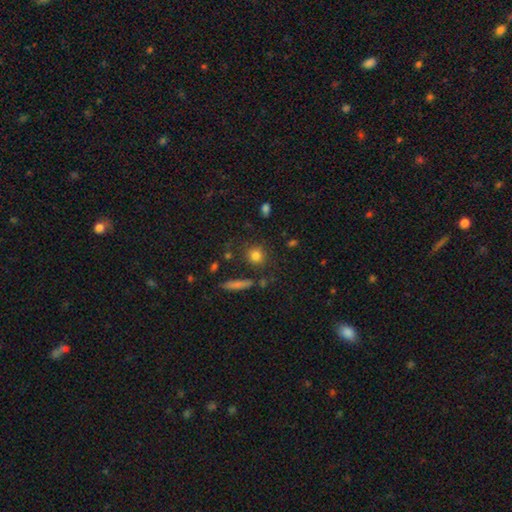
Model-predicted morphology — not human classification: A smooth galaxy with no disk features (79%) that is round (82%).

Vote fractions:
- Smooth or featured? smooth: 79% / star or artifact: 12% / featured or disk: 9%
- How rounded? round: 82% / in between: 14% / cigar-shaped: 3%
- Merging? none: 77% / minor disturbance: 12% / merger: 6% / major disturbance: 4%